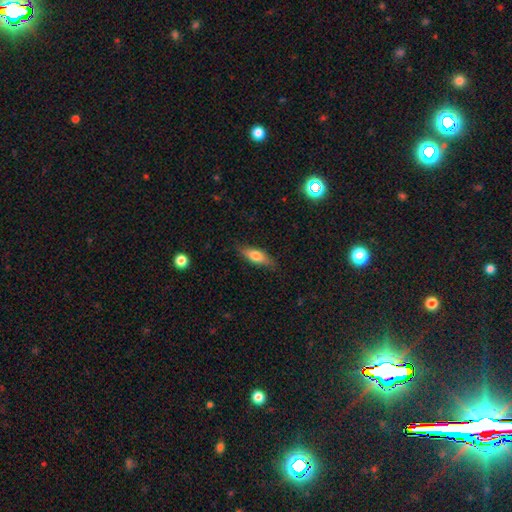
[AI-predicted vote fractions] The model was most divided on "how rounded": in between: 58%, cigar-shaped: 39%, round: 3%. More confident: merging — none (81%); smooth or featured — smooth (69%).